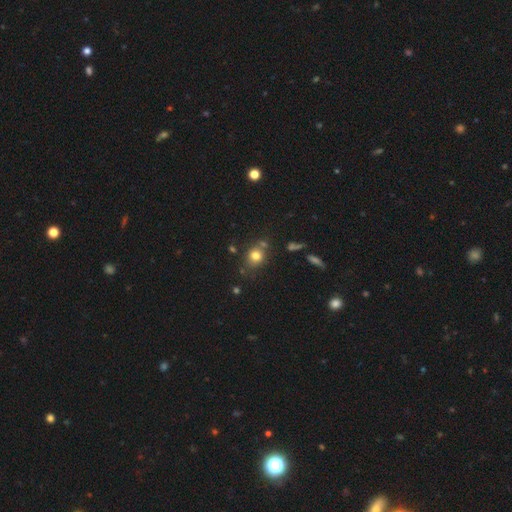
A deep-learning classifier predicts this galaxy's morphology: Smooth or featured: smooth — 77% (star or artifact — 14%)
How rounded: round — 69% (in between — 30%)
Merging: none — 69% (minor disturbance — 14%)